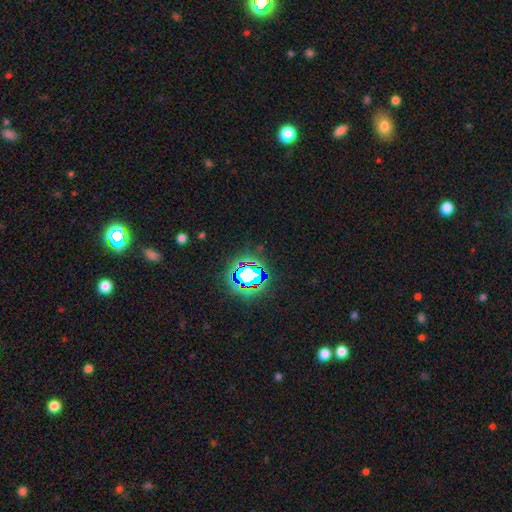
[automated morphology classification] The model was most divided on "smooth or featured": star or artifact: 79%, smooth: 13%, featured or disk: 8%.